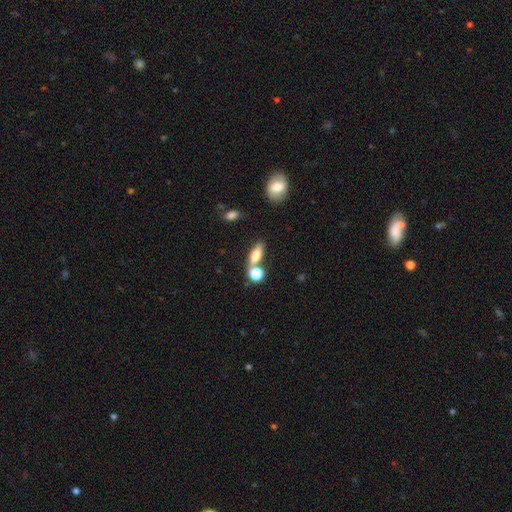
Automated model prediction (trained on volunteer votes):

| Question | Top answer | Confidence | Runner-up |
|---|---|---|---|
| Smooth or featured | smooth | 76% | featured or disk (14%) |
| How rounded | in between | 69% | cigar-shaped (19%) |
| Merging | none | 52% | merger (30%) |